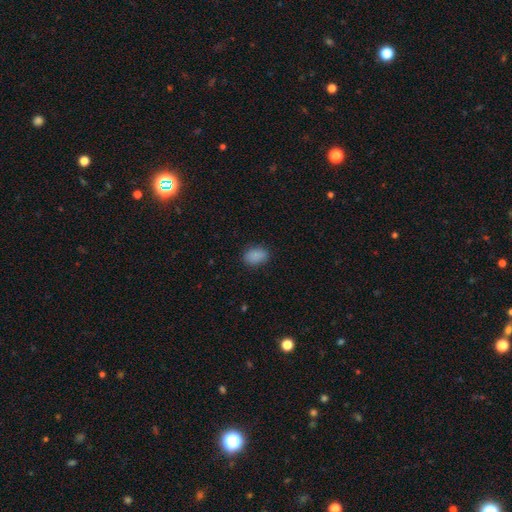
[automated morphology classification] Smooth or featured? smooth (88%)
How rounded? in between (83%)
Merging? none (82%)